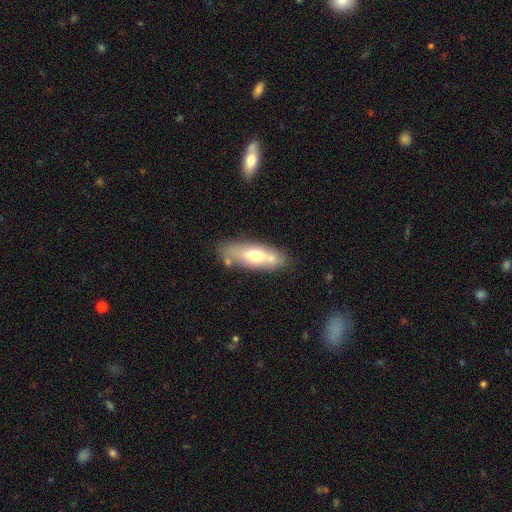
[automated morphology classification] Q: Smooth or featured?
A: smooth (56%); runner-up: featured or disk (37%)
Q: How rounded?
A: in between (69%); runner-up: cigar-shaped (28%)
Q: Merging?
A: none (66%); runner-up: minor disturbance (17%)